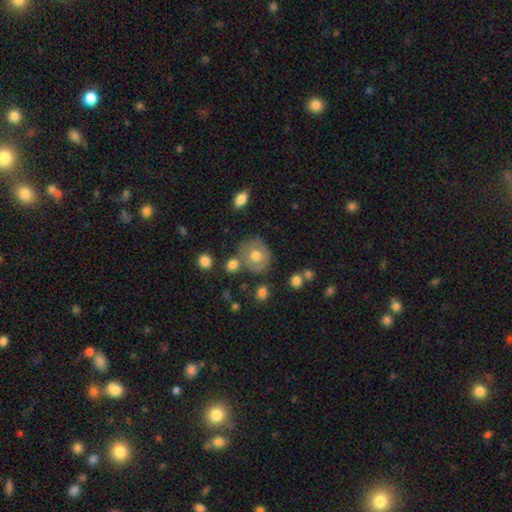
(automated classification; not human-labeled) A smooth galaxy with no disk features (62%) that is round (82%).

Vote fractions:
- Smooth or featured? smooth: 62% / featured or disk: 29% / star or artifact: 9%
- How rounded? round: 82% / in between: 17% / cigar-shaped: 1%
- Merging? none: 67% / minor disturbance: 17% / merger: 11% / major disturbance: 5%